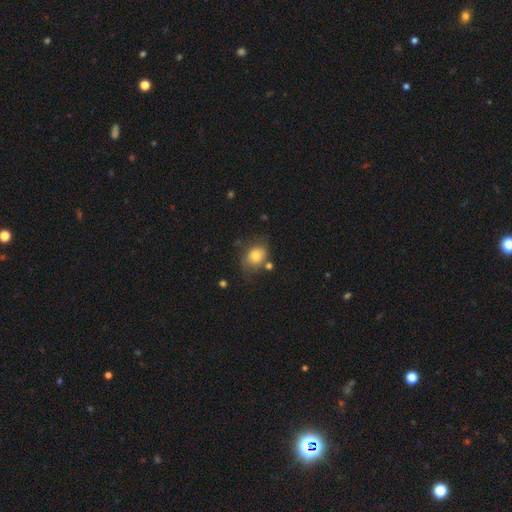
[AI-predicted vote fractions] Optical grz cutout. It shows a smooth galaxy with no disk features (77%) that is in between round and cigar-shaped (56%). Merging: none (63%).